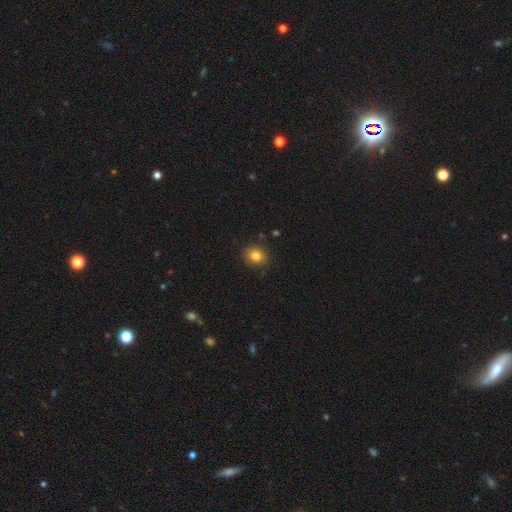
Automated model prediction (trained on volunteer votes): Q: Smooth or featured?
A: smooth (82%); runner-up: star or artifact (11%)
Q: How rounded?
A: round (67%); runner-up: in between (32%)
Q: Merging?
A: none (86%); runner-up: minor disturbance (10%)